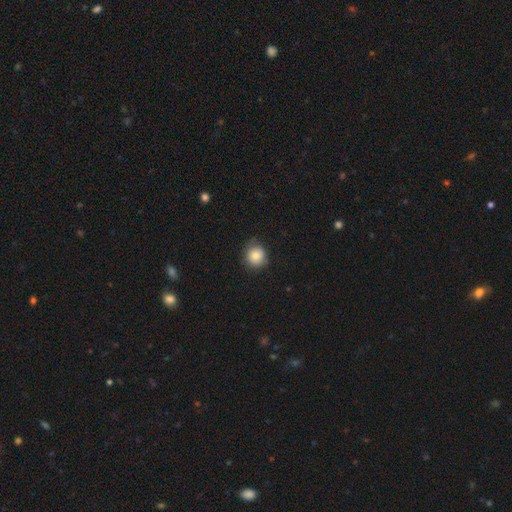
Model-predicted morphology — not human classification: smooth_or_featured: smooth (p=0.81) [alt: featured or disk p=0.10]
how_rounded: round (p=0.87) [alt: in between p=0.12]
merging: none (p=0.75) [alt: minor disturbance p=0.20]